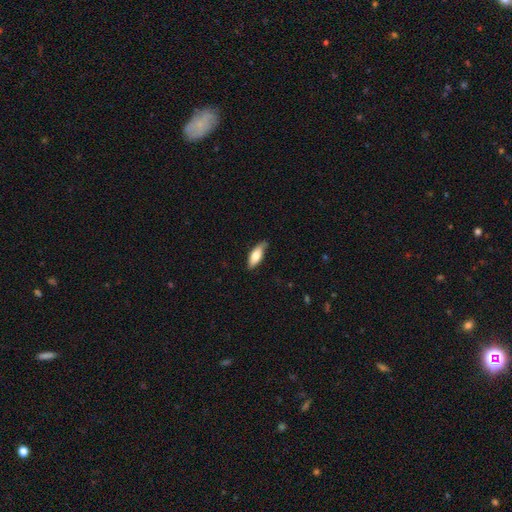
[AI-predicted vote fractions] The model was most divided on "how rounded": in between: 71%, cigar-shaped: 27%, round: 2%. More confident: merging — none (73%); smooth or featured — smooth (69%).